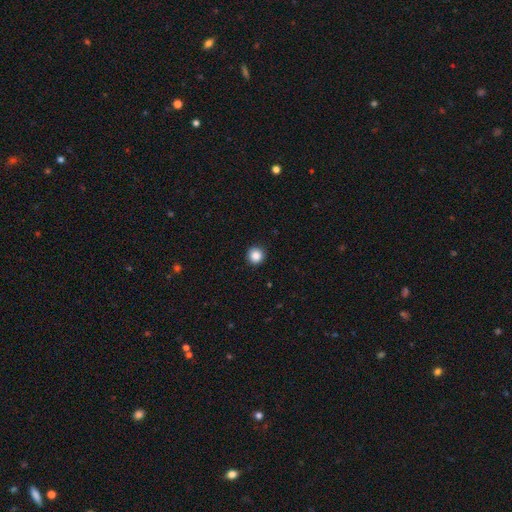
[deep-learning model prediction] This appears to be a smooth galaxy with no disk features (87%) that is round (95%). Merging: none (93%).